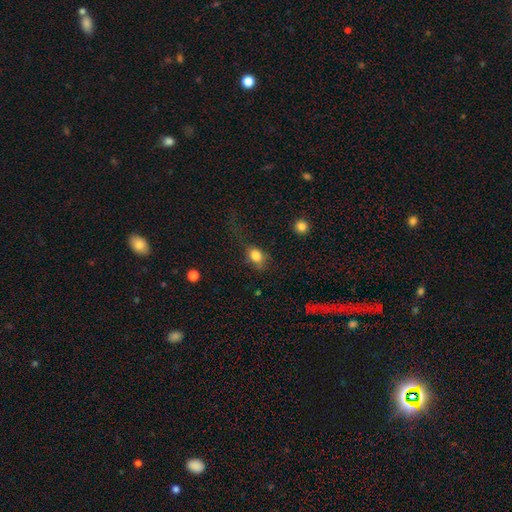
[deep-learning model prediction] The model was most divided on "merging": none: 48%, minor disturbance: 25%, major disturbance: 24%, merger: 3%. More confident: smooth or featured — smooth (81%); how rounded — in between (67%).